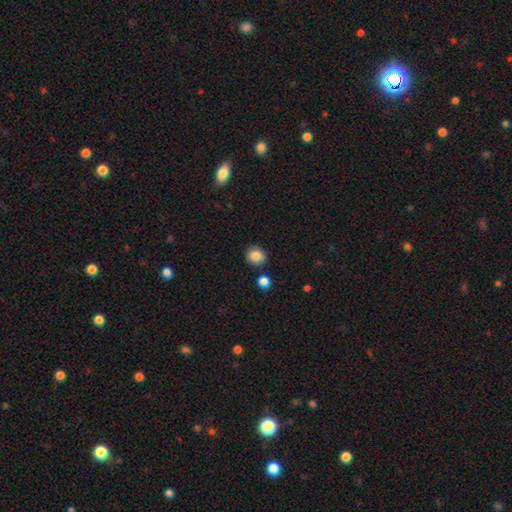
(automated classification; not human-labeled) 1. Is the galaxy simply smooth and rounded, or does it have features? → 86% smooth, 9% star or artifact, 5% featured or disk.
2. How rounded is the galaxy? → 79% round, 20% in between, 1% cigar-shaped.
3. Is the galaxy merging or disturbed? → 85% none, 9% minor disturbance, 4% merger, 2% major disturbance.